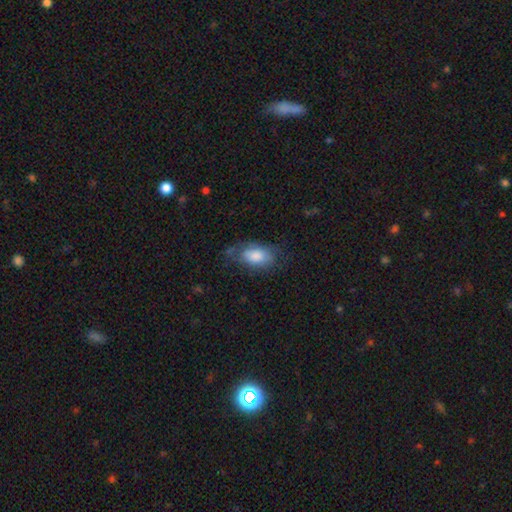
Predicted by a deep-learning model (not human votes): smooth 70%, featured or disk 22%, star or artifact 8%. Down the decision tree: how rounded — in between (90%); merging — none (58%).